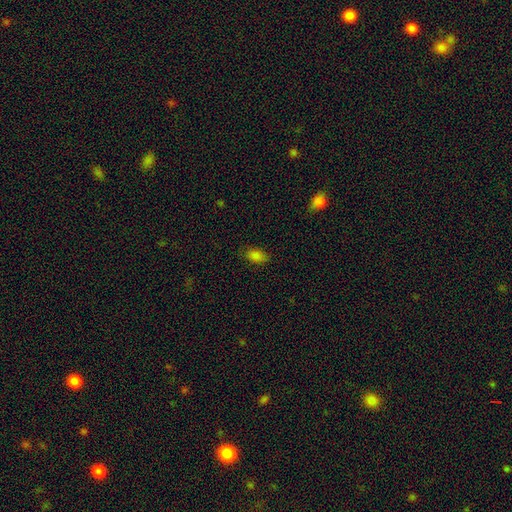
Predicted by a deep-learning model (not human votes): smooth 83%, star or artifact 12%, featured or disk 4%. Down the decision tree: how rounded — in between (90%); merging — none (81%).